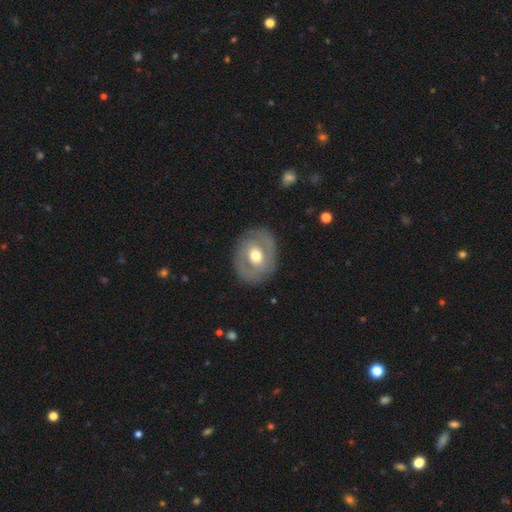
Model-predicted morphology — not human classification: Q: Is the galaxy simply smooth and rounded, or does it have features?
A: featured or disk — 58%.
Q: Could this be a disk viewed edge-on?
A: no — 95%.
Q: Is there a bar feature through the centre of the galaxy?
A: no — 57%.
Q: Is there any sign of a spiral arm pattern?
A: no — 57%.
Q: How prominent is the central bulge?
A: moderate — 74%.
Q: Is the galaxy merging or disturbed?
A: none — 82%.